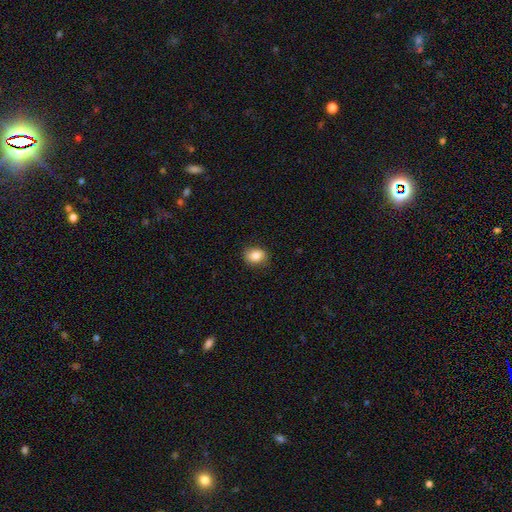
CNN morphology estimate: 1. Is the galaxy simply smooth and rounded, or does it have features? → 85% smooth, 9% star or artifact, 7% featured or disk.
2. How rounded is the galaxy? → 59% in between, 40% round, 1% cigar-shaped.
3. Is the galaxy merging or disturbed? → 83% none, 13% minor disturbance, 3% major disturbance, 1% merger.